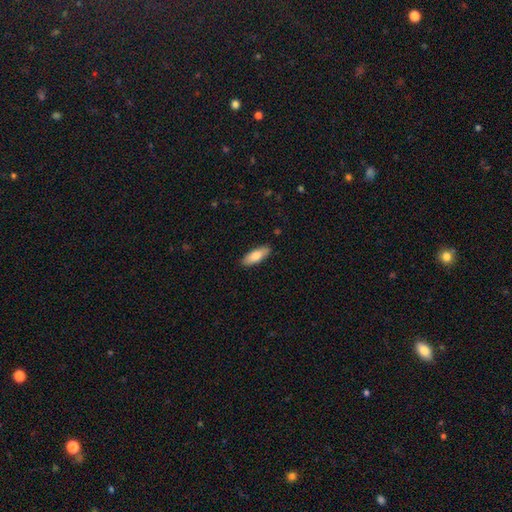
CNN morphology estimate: Q: Smooth or featured?
A: smooth (78%); runner-up: featured or disk (17%)
Q: How rounded?
A: in between (66%); runner-up: cigar-shaped (32%)
Q: Merging?
A: none (88%); runner-up: minor disturbance (9%)